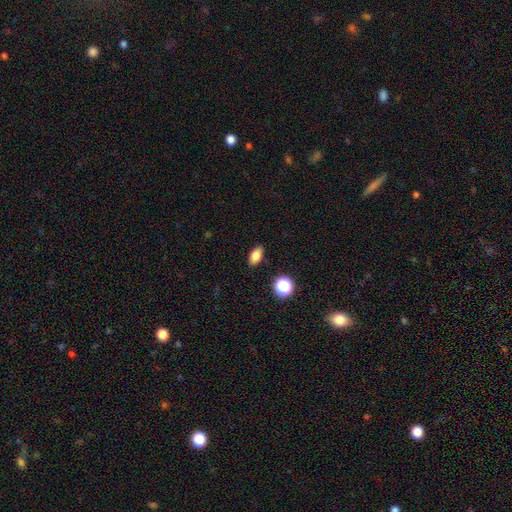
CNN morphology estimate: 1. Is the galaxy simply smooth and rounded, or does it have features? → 82% smooth, 11% star or artifact, 7% featured or disk.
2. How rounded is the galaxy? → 87% in between, 9% round, 4% cigar-shaped.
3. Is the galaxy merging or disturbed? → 88% none, 8% minor disturbance, 2% major disturbance, 2% merger.